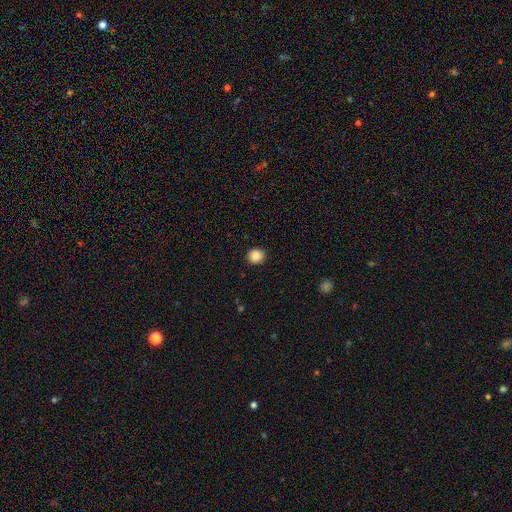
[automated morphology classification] A smooth galaxy with no disk features (88%) that is round (89%). Merging: none (91%).